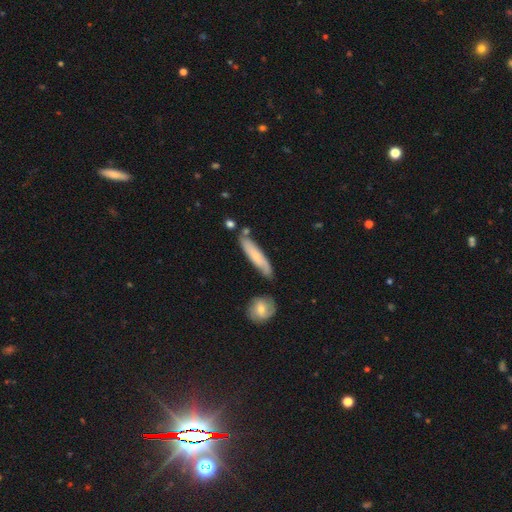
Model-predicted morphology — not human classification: Smooth or featured? smooth (64%)
How rounded? cigar-shaped (81%)
Merging? none (68%)